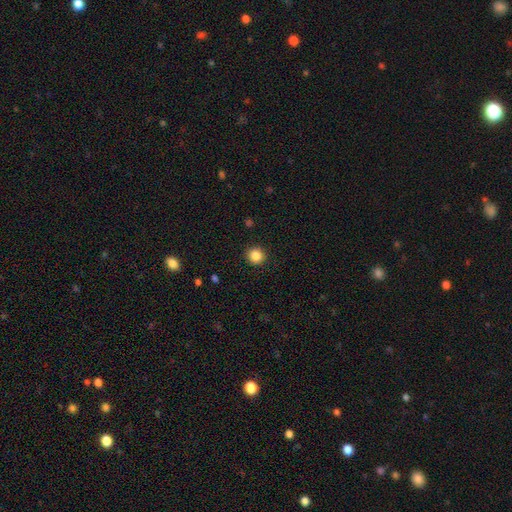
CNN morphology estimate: smooth-or-featured: smooth: 85% | star or artifact: 11% | featured or disk: 4%
  how-rounded: round: 94% | in between: 5% | cigar-shaped: 1%
  merging: none: 92% | minor disturbance: 5% | major disturbance: 2% | merger: 1%